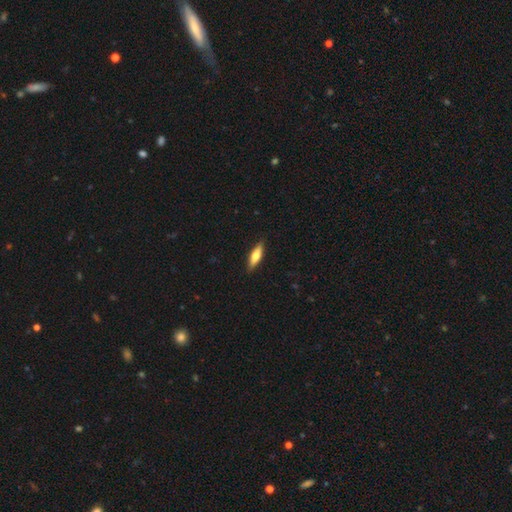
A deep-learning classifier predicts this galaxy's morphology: This is likely a smooth galaxy (60%). How rounded: possibly cigar-shaped (57%). Merging: clearly none (89%).